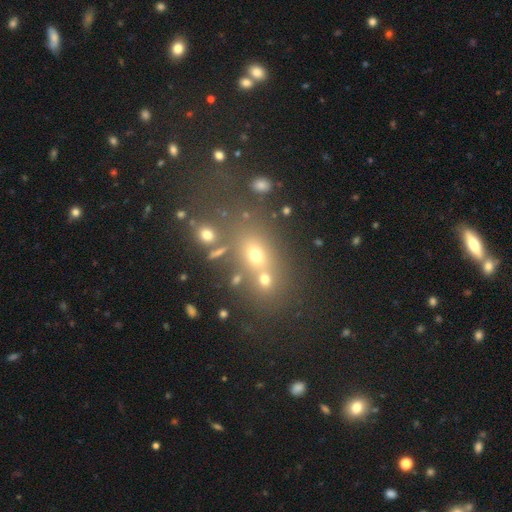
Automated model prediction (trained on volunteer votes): Smooth or featured?
  - smooth: 44% *
  - star or artifact: 37%
  - featured or disk: 19%
Merging?
  - none: 52% *
  - merger: 30%
  - minor disturbance: 11%
  - major disturbance: 7%